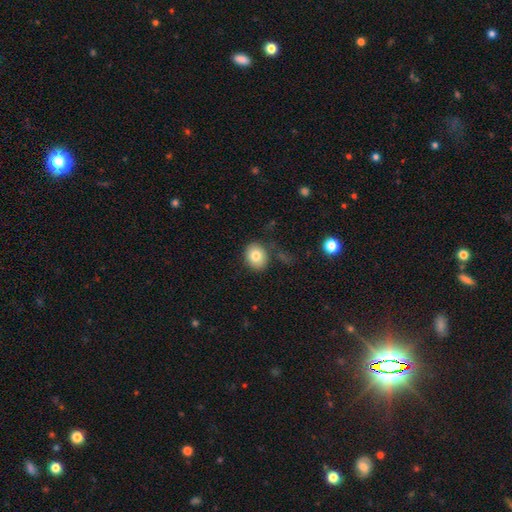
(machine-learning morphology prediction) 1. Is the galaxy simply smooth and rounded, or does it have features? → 80% smooth, 11% featured or disk, 9% star or artifact.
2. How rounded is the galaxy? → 61% round, 38% in between, 1% cigar-shaped.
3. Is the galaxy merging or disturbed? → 78% none, 14% minor disturbance, 5% major disturbance, 4% merger.